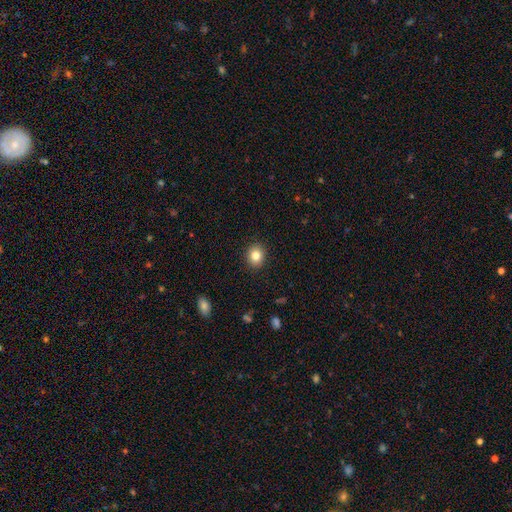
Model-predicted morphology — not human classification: The model was most divided on "how rounded": round: 69%, in between: 30%, cigar-shaped: 1%. More confident: merging — none (91%); smooth or featured — smooth (83%).